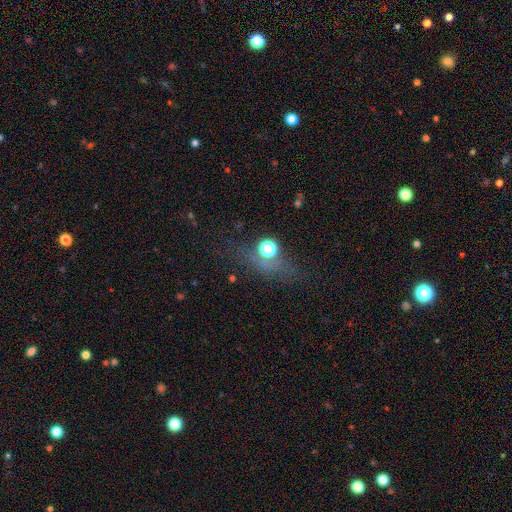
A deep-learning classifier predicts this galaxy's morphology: A star or artifact, not a galaxy (42%).

Vote fractions:
- Smooth or featured? star or artifact: 42% / smooth: 38% / featured or disk: 20%